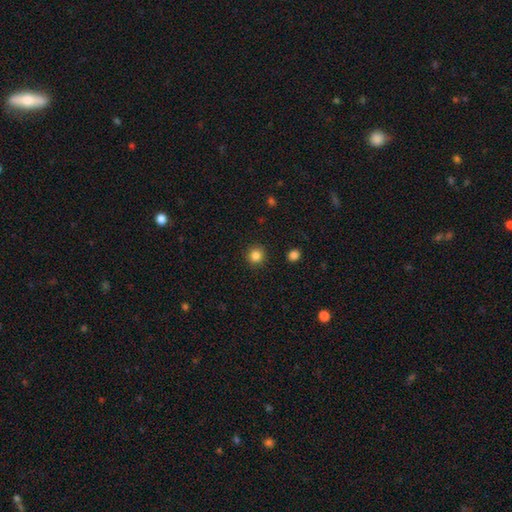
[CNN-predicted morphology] Smooth or featured? Predicted: smooth (p=0.85). How rounded? Predicted: round (p=0.93). Merging? Predicted: none (p=0.91).